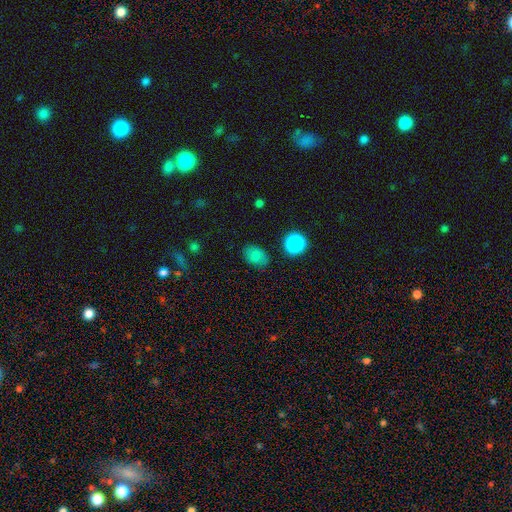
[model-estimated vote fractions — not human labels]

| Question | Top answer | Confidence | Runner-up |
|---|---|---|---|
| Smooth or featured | smooth | 81% | star or artifact (13%) |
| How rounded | in between | 72% | round (26%) |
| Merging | none | 80% | minor disturbance (14%) |